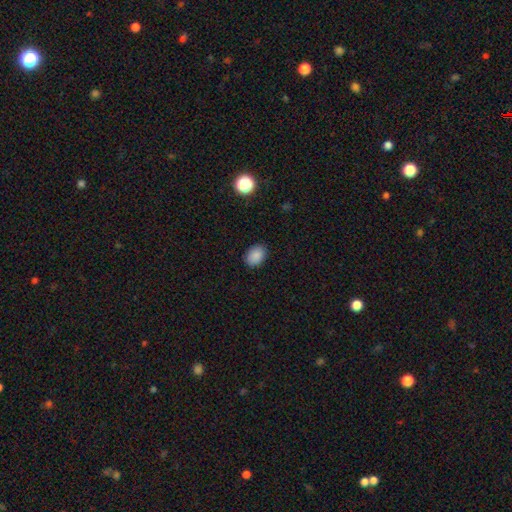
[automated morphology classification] This is clearly a smooth galaxy (87%). How rounded: likely in between (74%). Merging: clearly none (88%).